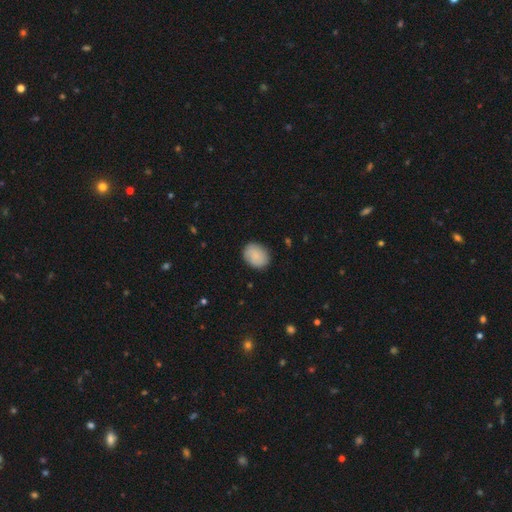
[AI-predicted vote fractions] A smooth galaxy with no disk features (80%) that is in between round and cigar-shaped (50%).

Vote fractions:
- Smooth or featured? smooth: 80% / featured or disk: 13% / star or artifact: 7%
- How rounded? in between: 50% / round: 49% / cigar-shaped: 1%
- Merging? none: 84% / minor disturbance: 12% / major disturbance: 3% / merger: 1%